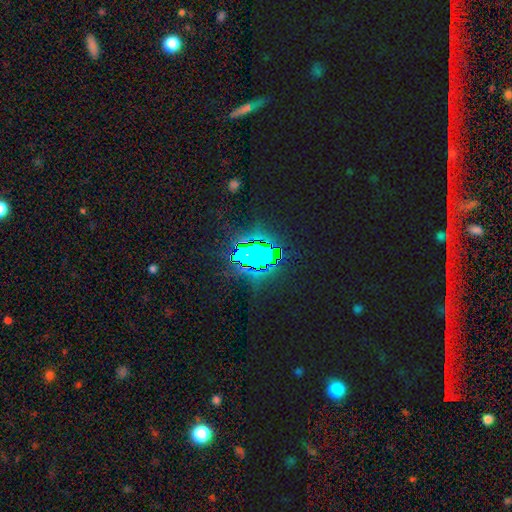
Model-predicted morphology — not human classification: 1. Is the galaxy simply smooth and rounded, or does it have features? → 77% star or artifact, 13% smooth, 10% featured or disk.